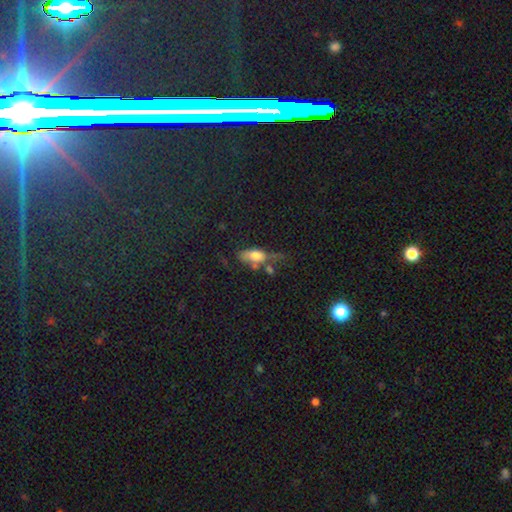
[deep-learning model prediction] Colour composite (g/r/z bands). It shows a smooth galaxy with no disk features (64%) that is in between round and cigar-shaped (80%). Merging: none (32%).